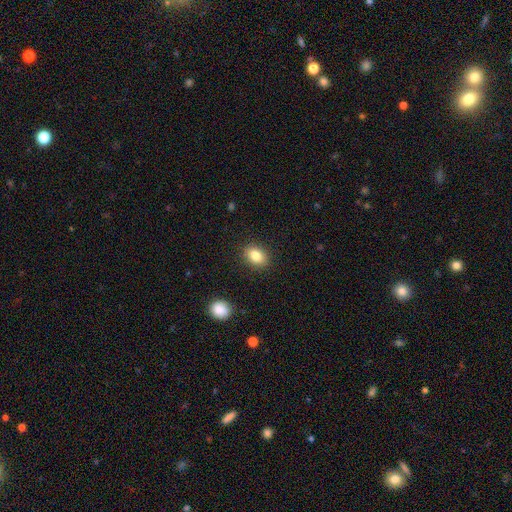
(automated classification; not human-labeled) Overall: smooth (83%). How rounded: in between (70%). Merging: none (88%).